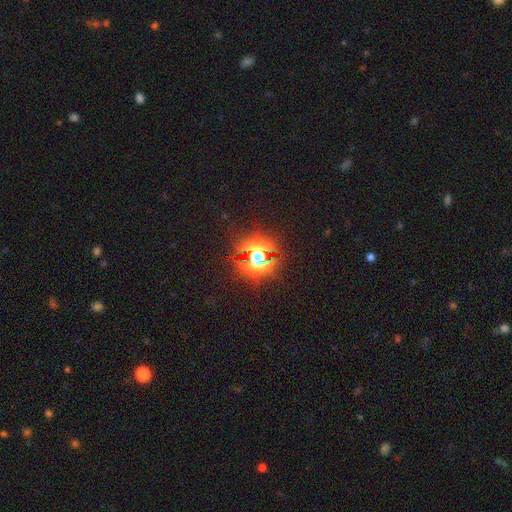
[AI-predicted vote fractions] star or artifact 64%, smooth 26%, featured or disk 10%.